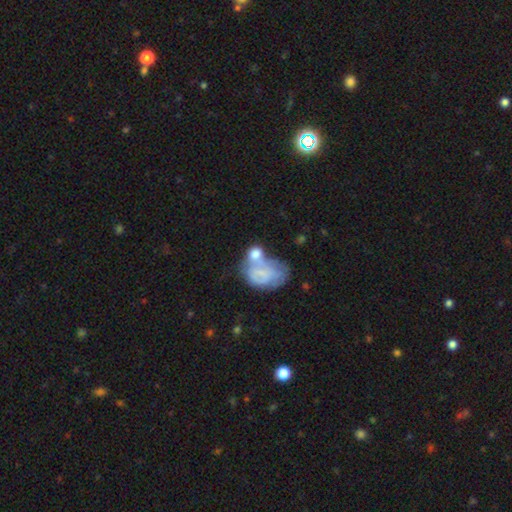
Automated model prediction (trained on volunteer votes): smooth_or_featured: smooth (p=0.54) [alt: featured or disk p=0.35]
how_rounded: in between (p=0.63) [alt: round p=0.35]
merging: merger (p=0.46) [alt: none p=0.20]